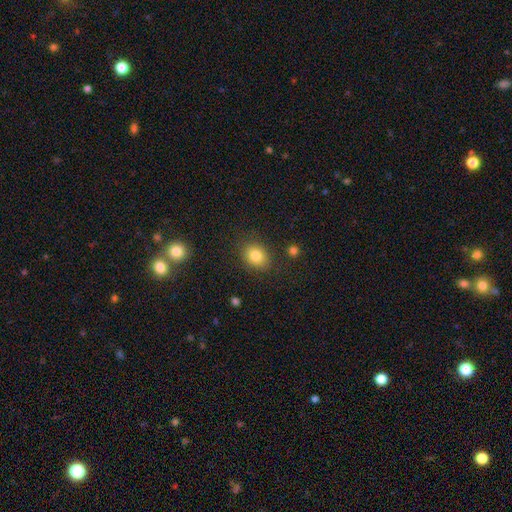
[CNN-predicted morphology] smooth 82%, star or artifact 11%, featured or disk 8%. Down the decision tree: how rounded — in between (50%); merging — none (84%).